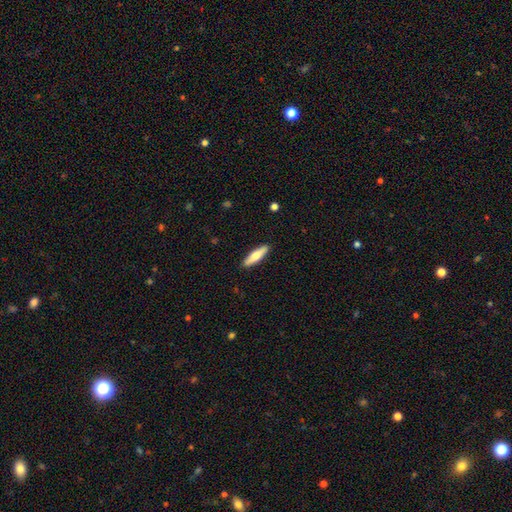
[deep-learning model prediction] smooth 62%, featured or disk 33%, star or artifact 5%. Down the decision tree: how rounded — cigar-shaped (72%); merging — none (90%).